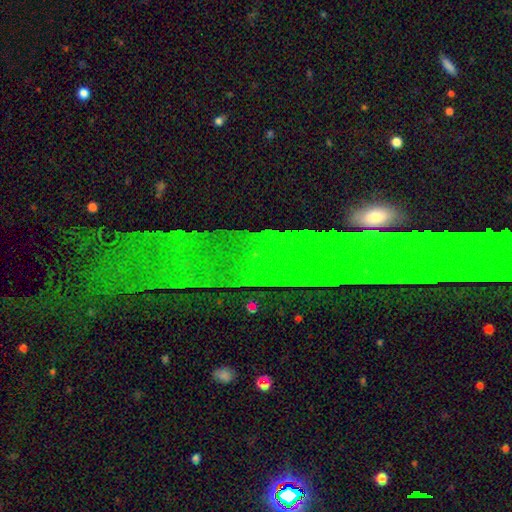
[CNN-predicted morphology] A star or artifact, not a galaxy (77%).